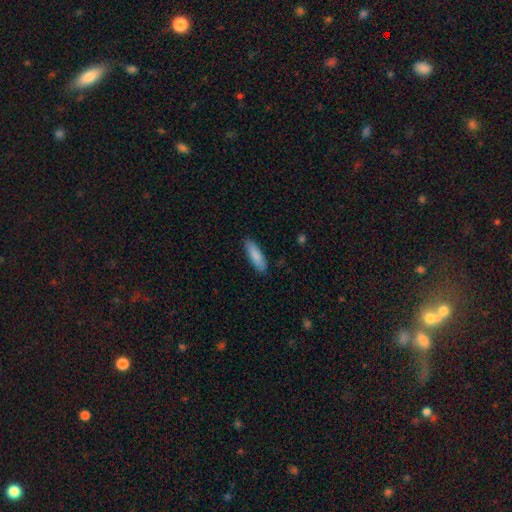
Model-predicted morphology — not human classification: smooth-or-featured: smooth: 87% | featured or disk: 8% | star or artifact: 5%
  how-rounded: cigar-shaped: 60% | in between: 38% | round: 1%
  merging: none: 87% | minor disturbance: 10% | major disturbance: 2% | merger: 1%